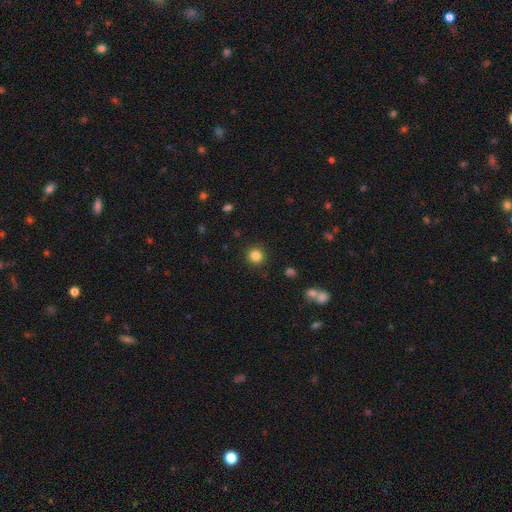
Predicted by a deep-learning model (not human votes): This is clearly a smooth galaxy (85%). How rounded: clearly round (94%). Merging: clearly none (91%).